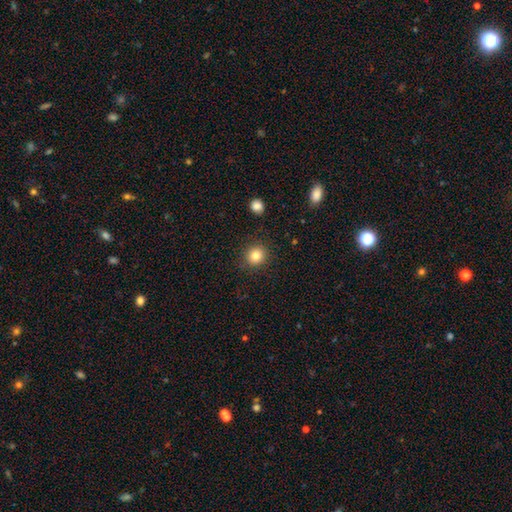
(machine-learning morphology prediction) Smooth or featured: smooth — 83% (star or artifact — 11%)
How rounded: round — 89% (in between — 10%)
Merging: none — 89% (minor disturbance — 7%)